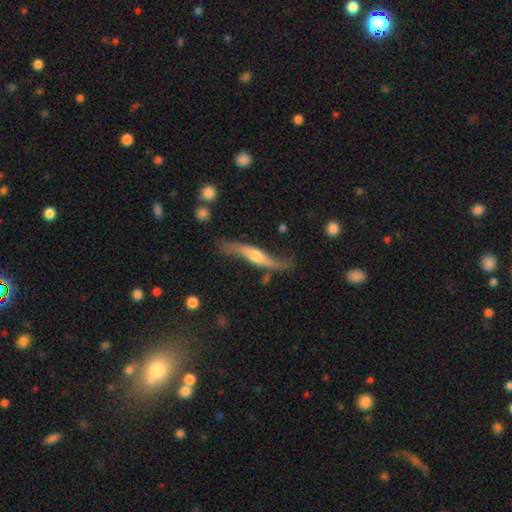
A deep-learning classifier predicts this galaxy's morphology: type=featured or disk (78%); edge-on=yes (62%); merging=none (62%).